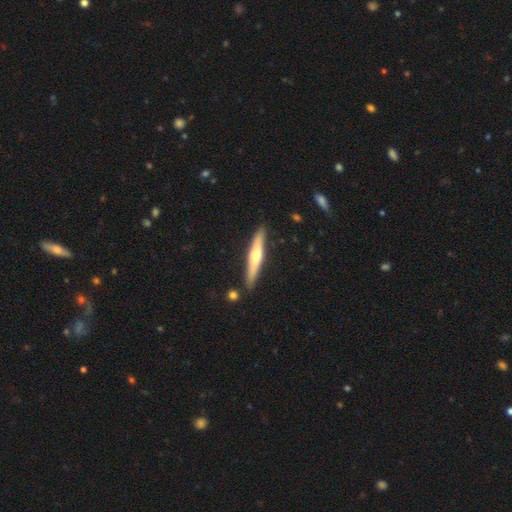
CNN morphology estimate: smooth_or_featured: featured or disk (p=0.53) [alt: smooth p=0.42]
disk_edge_on: yes (p=0.94) [alt: no p=0.06]
merging: none (p=0.87) [alt: minor disturbance p=0.09]